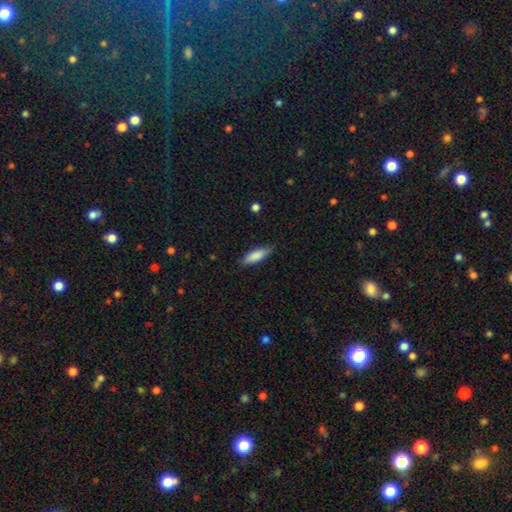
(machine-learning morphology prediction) A smooth galaxy with no disk features (85%) that is in between round and cigar-shaped (55%).

Vote fractions:
- Smooth or featured? smooth: 85% / featured or disk: 9% / star or artifact: 6%
- How rounded? in between: 55% / cigar-shaped: 44% / round: 2%
- Merging? none: 79% / minor disturbance: 17% / major disturbance: 3% / merger: 1%